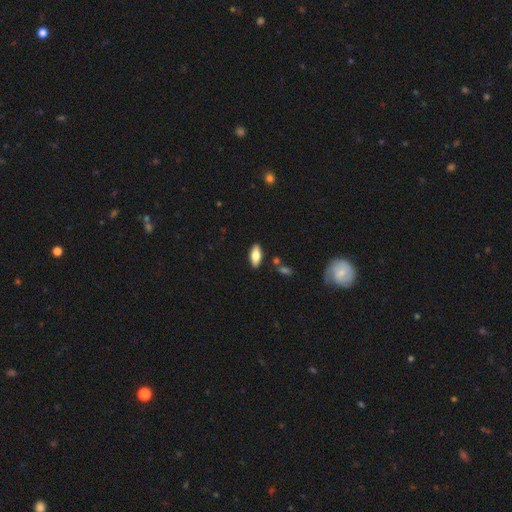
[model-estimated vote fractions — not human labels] smooth 71%, featured or disk 22%, star or artifact 7%. Down the decision tree: how rounded — in between (83%); merging — none (86%).